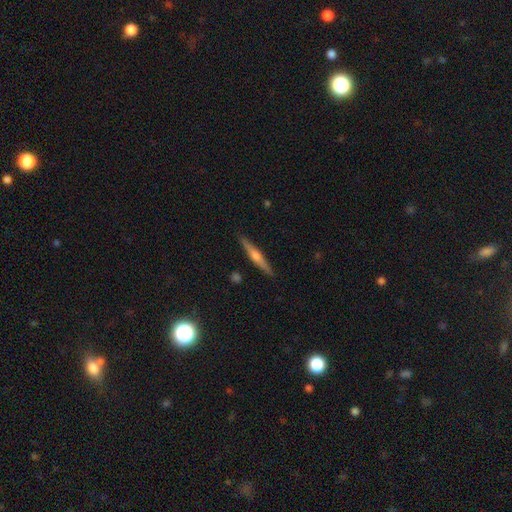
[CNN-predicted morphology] Q: Smooth or featured?
A: featured or disk (68%); runner-up: smooth (26%)
Q: Edge-on disk?
A: yes (98%); runner-up: no (2%)
Q: Edge-on bulge?
A: rounded (85%); runner-up: none (8%)
Q: Merging?
A: none (91%); runner-up: minor disturbance (6%)